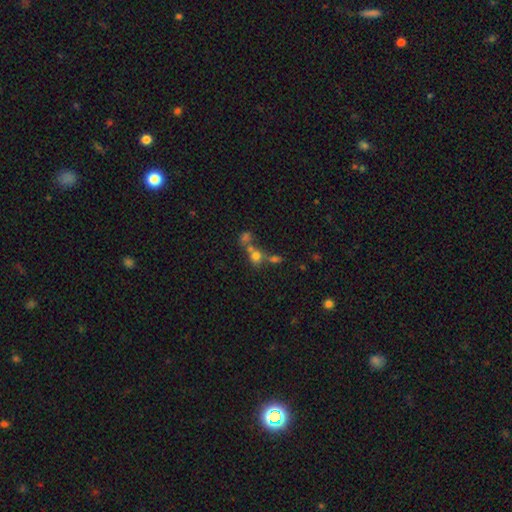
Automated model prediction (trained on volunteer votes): A smooth galaxy with no disk features (67%) that is round (76%).

Vote fractions:
- Smooth or featured? smooth: 67% / star or artifact: 19% / featured or disk: 15%
- How rounded? round: 76% / in between: 23% / cigar-shaped: 2%
- Merging? merger: 46% / none: 40% / minor disturbance: 8% / major disturbance: 6%